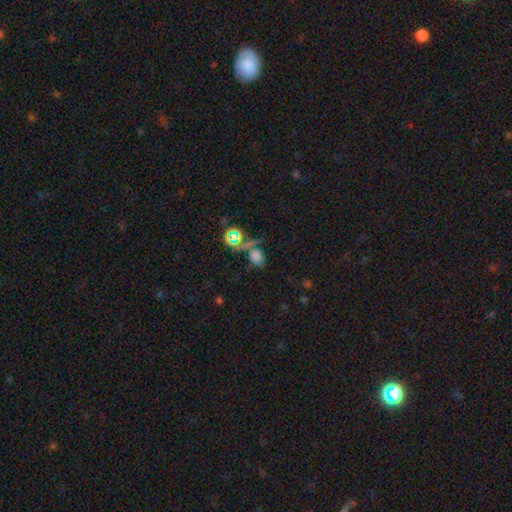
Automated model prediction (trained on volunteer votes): Smooth or featured: smooth — 52% (star or artifact — 36%)
How rounded: in between — 51% (round — 45%)
Merging: none — 49% (merger — 20%)